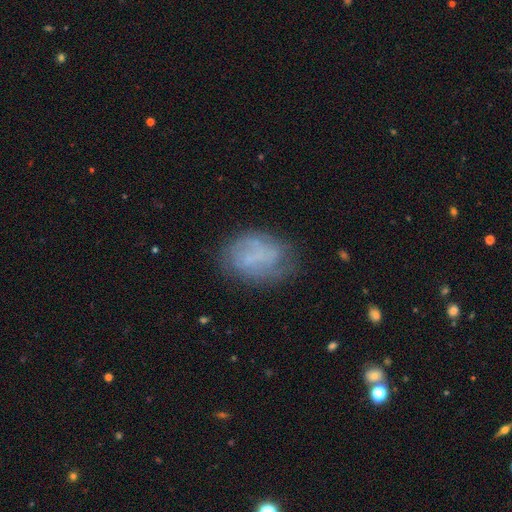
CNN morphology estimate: A smooth galaxy with no disk features (44%, tied with featured or disk). Merging: none (64%).